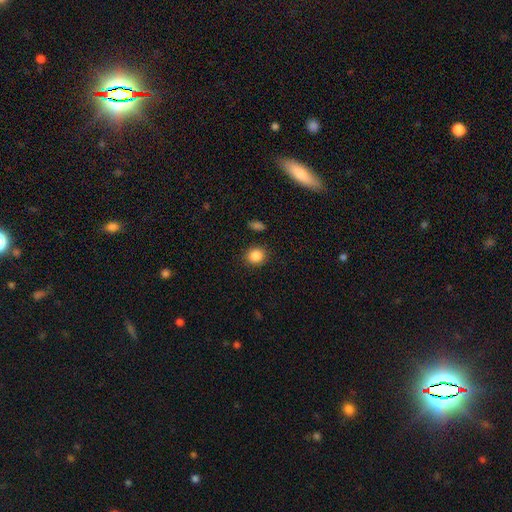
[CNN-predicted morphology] This appears to be a smooth galaxy with no disk features (86%) that is round (79%). Merging: none (87%).